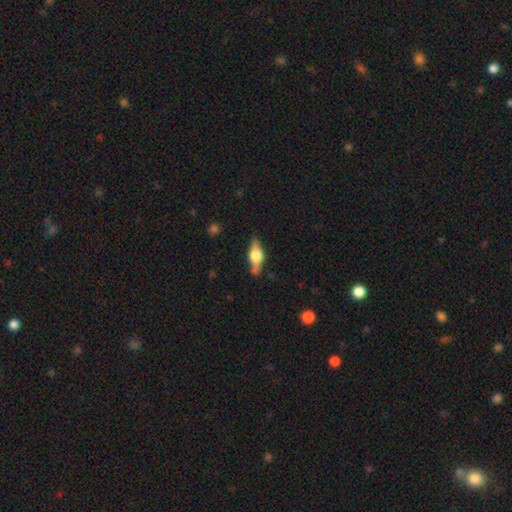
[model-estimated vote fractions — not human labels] Smooth or featured?
  - featured or disk: 54% *
  - smooth: 40%
  - star or artifact: 7%
Edge-on disk?
  - yes: 90% *
  - no: 10%
Merging?
  - none: 78% *
  - minor disturbance: 16%
  - major disturbance: 3%
  - merger: 2%